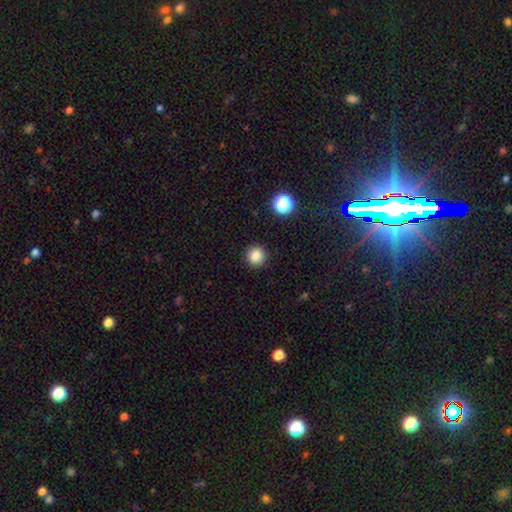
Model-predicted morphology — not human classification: smooth-or-featured: smooth: 85% | star or artifact: 11% | featured or disk: 4%
  how-rounded: round: 94% | in between: 5% | cigar-shaped: 1%
  merging: none: 92% | minor disturbance: 5% | major disturbance: 2% | merger: 1%